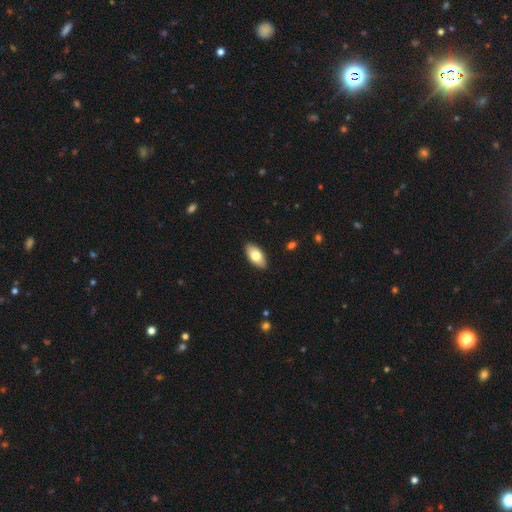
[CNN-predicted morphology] Smooth or featured?
  - smooth: 76% *
  - featured or disk: 18%
  - star or artifact: 6%
How rounded?
  - in between: 93% *
  - cigar-shaped: 4%
  - round: 3%
Merging?
  - none: 89% *
  - minor disturbance: 8%
  - major disturbance: 2%
  - merger: 1%